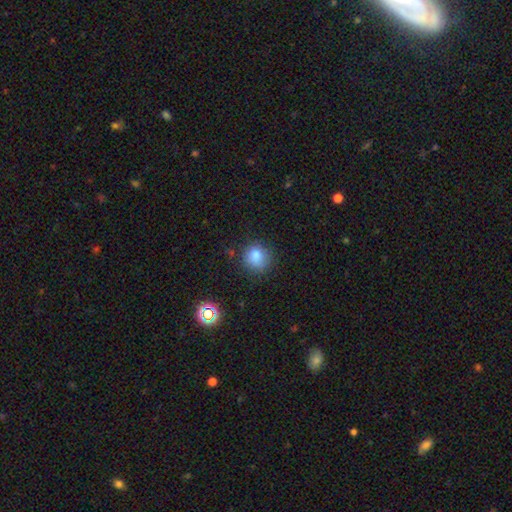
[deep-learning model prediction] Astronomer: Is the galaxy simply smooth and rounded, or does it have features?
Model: smooth — 82%.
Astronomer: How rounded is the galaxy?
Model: round — 84%.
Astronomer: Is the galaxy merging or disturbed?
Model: none — 78%.